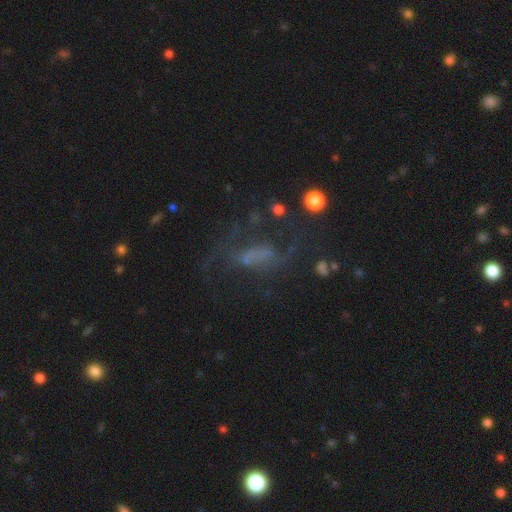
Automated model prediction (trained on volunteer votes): This is possibly a featured or disk galaxy (51%). It is clearly not viewed edge-on (89%). Merging: possibly none (49%).